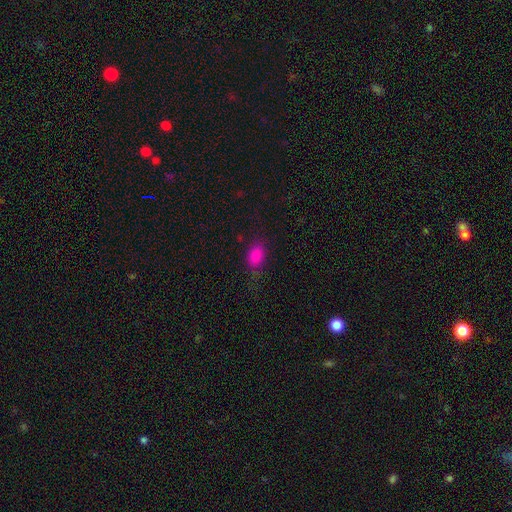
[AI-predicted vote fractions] Overall: smooth (84%). How rounded: in between (84%). Merging: none (64%).